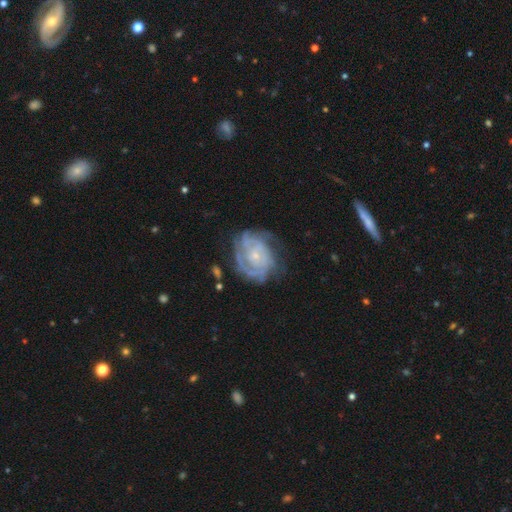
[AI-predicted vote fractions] Q: Smooth or featured?
A: featured or disk (85%); runner-up: smooth (9%)
Q: Edge-on disk?
A: no (98%); runner-up: yes (2%)
Q: Bar?
A: no (77%); runner-up: weak (19%)
Q: Spiral arms?
A: yes (94%); runner-up: no (6%)
Q: Spiral winding?
A: tight (72%); runner-up: medium (23%)
Q: Spiral arm count?
A: can't tell (34%); runner-up: 2 (23%)
Q: Bulge size?
A: small (75%); runner-up: moderate (20%)
Q: Merging?
A: none (64%); runner-up: minor disturbance (22%)